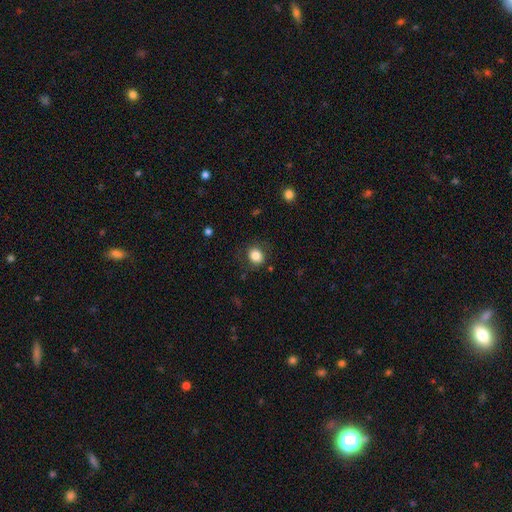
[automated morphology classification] The model was most divided on "how rounded": round: 71%, in between: 28%, cigar-shaped: 1%. More confident: smooth or featured — smooth (84%); merging — none (78%).